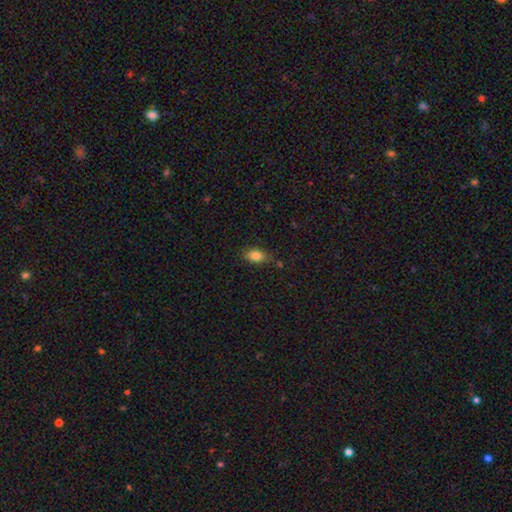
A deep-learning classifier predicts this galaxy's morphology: This is clearly a smooth galaxy (83%). How rounded: clearly in between (84%). Merging: likely none (75%).